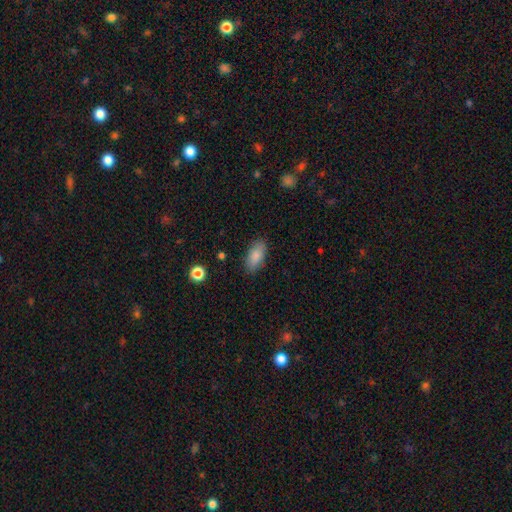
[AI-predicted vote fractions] Q: Smooth or featured?
A: smooth (86%); runner-up: star or artifact (7%)
Q: How rounded?
A: in between (91%); runner-up: cigar-shaped (6%)
Q: Merging?
A: none (85%); runner-up: minor disturbance (11%)